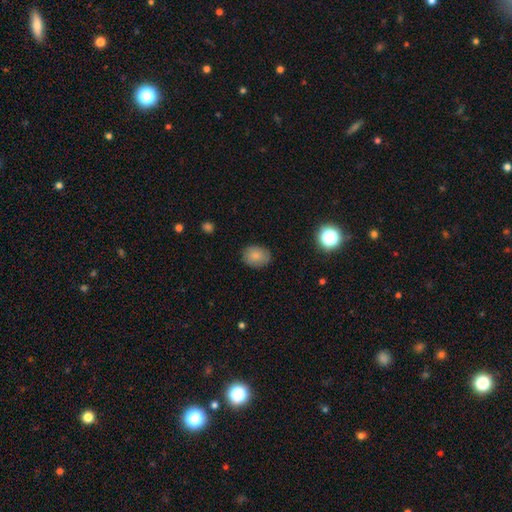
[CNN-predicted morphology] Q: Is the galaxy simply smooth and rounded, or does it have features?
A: smooth — 83%.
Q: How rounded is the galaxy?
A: in between — 61%.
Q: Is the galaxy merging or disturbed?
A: none — 83%.